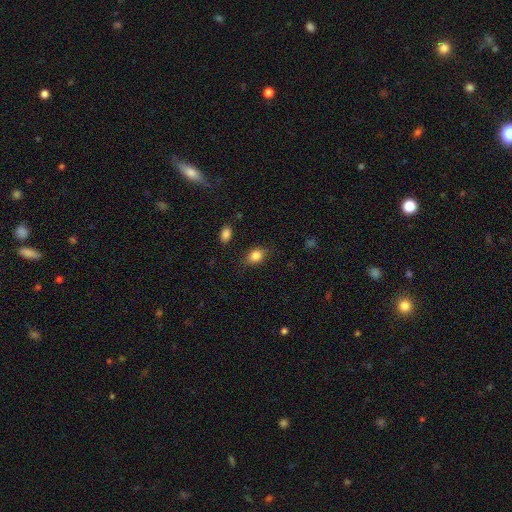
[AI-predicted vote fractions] This appears to be a smooth galaxy with no disk features (84%) that is in between round and cigar-shaped (68%). Merging: none (79%).